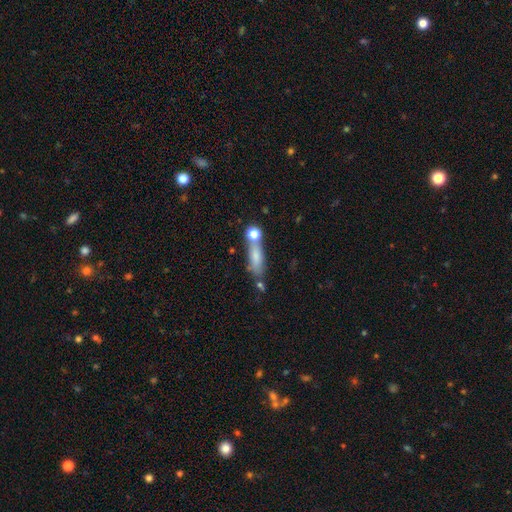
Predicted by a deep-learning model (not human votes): A smooth galaxy with no disk features (72%) that is cigar-shaped (49%). Merging: none (52%).